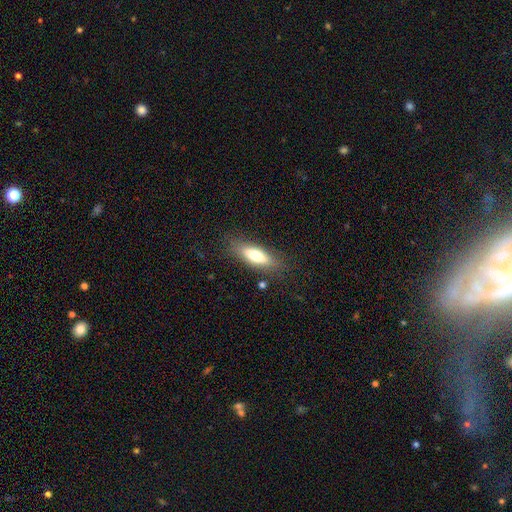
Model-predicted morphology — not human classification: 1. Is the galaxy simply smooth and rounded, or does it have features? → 67% smooth, 26% featured or disk, 7% star or artifact.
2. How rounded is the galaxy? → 55% in between, 42% cigar-shaped, 3% round.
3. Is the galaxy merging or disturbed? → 82% none, 12% minor disturbance, 4% major disturbance, 2% merger.